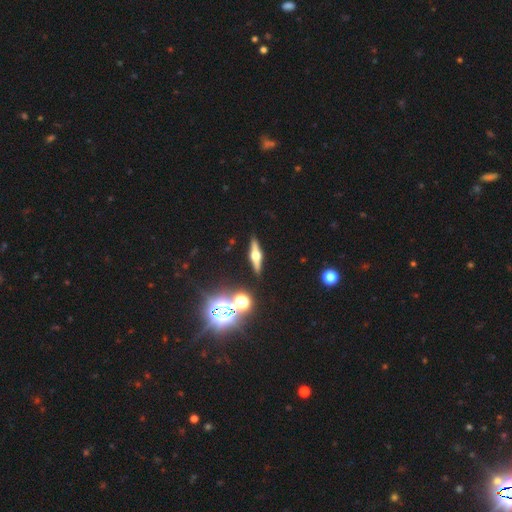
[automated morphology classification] This appears to be a featured or disk galaxy (71%) viewed edge-on (96%) with a rounded central bulge (94%). Merging: none (90%).